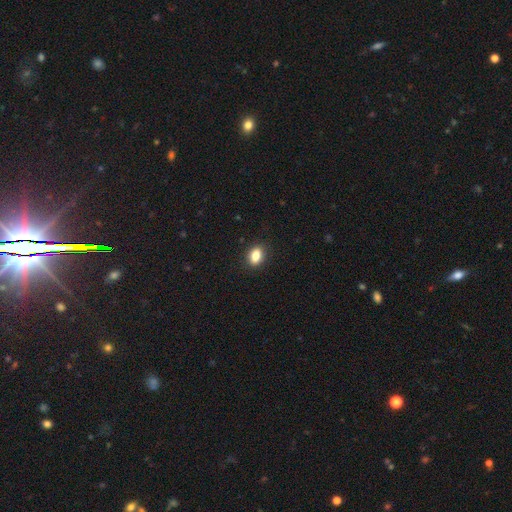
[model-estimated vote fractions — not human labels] A smooth galaxy with no disk features (85%) that is in between round and cigar-shaped (80%). Merging: none (89%).